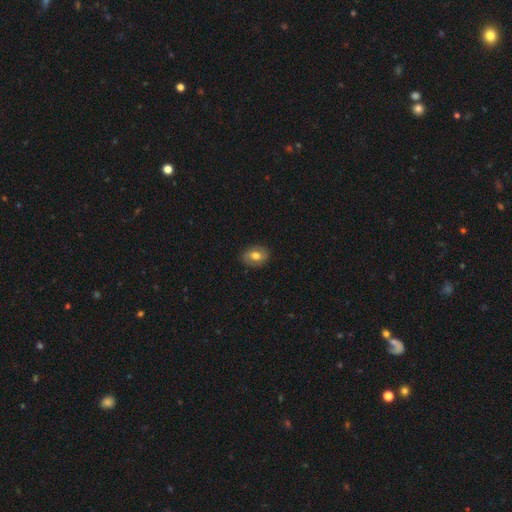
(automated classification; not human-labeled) Overall: smooth (65%; featured or disk 26%). How rounded: in between (61%; round 37%). Merging: none (86%).